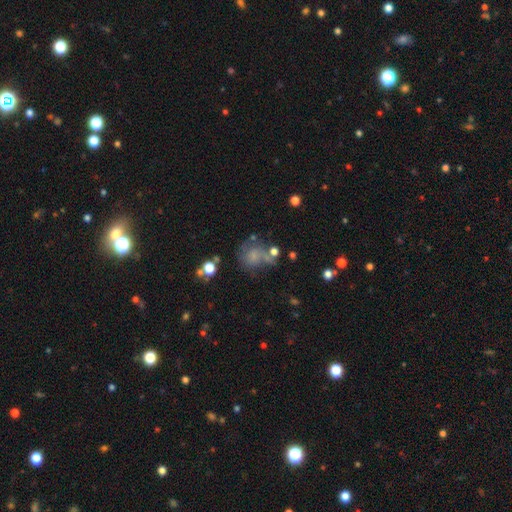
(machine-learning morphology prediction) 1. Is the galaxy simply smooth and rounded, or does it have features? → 45% smooth, 33% featured or disk, 22% star or artifact.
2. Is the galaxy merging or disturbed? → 47% none, 21% minor disturbance, 19% major disturbance, 13% merger.